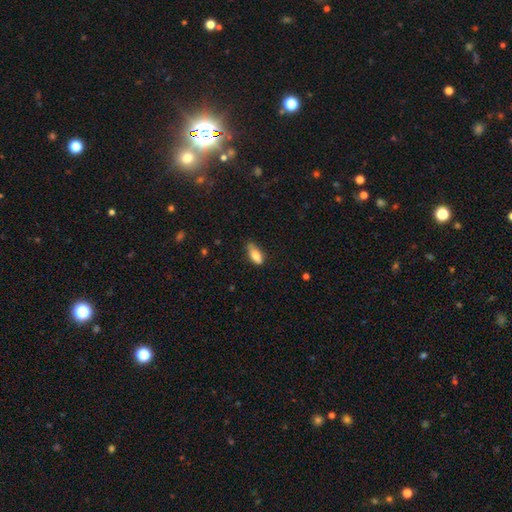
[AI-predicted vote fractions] smooth-or-featured: smooth: 79% | featured or disk: 14% | star or artifact: 7%
  how-rounded: in between: 79% | cigar-shaped: 18% | round: 3%
  merging: none: 57% | minor disturbance: 34% | major disturbance: 8% | merger: 2%